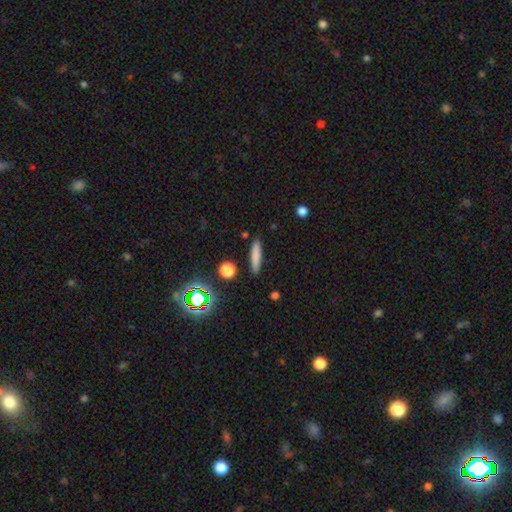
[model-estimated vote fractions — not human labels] A smooth galaxy with no disk features (77%) that is cigar-shaped (86%).

Vote fractions:
- Smooth or featured? smooth: 77% / featured or disk: 12% / star or artifact: 11%
- How rounded? cigar-shaped: 86% / in between: 12% / round: 2%
- Merging? none: 88% / minor disturbance: 8% / major disturbance: 2% / merger: 2%